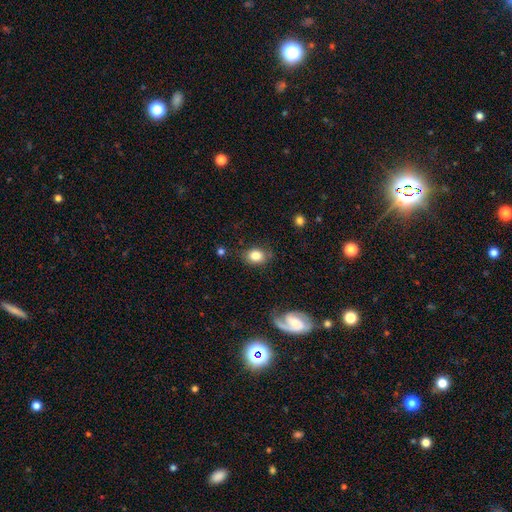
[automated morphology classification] Smooth or featured?
  - smooth: 81% *
  - featured or disk: 10%
  - star or artifact: 9%
How rounded?
  - in between: 63% *
  - round: 36%
  - cigar-shaped: 1%
Merging?
  - none: 76% *
  - minor disturbance: 17%
  - major disturbance: 5%
  - merger: 2%